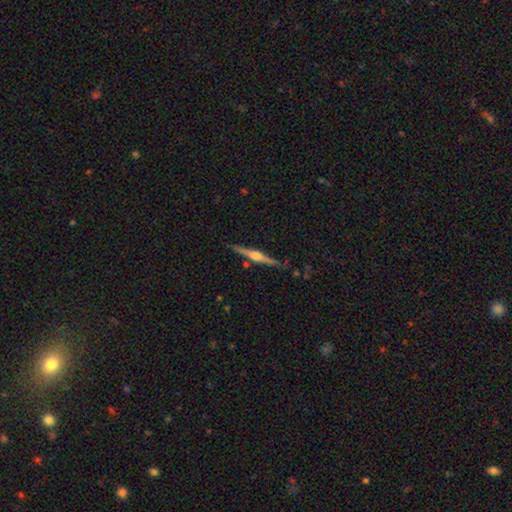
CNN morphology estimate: smooth_or_featured: featured or disk (p=0.82) [alt: smooth p=0.13]
disk_edge_on: yes (p=0.98) [alt: no p=0.02]
edge_on_bulge: rounded (p=0.91) [alt: boxy p=0.06]
merging: none (p=0.86) [alt: minor disturbance p=0.10]